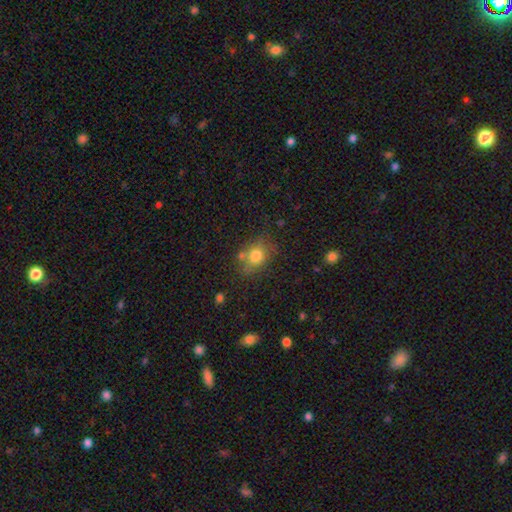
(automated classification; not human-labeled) Overall: smooth (76%). How rounded: round (56%; in between 43%). Merging: none (63%).